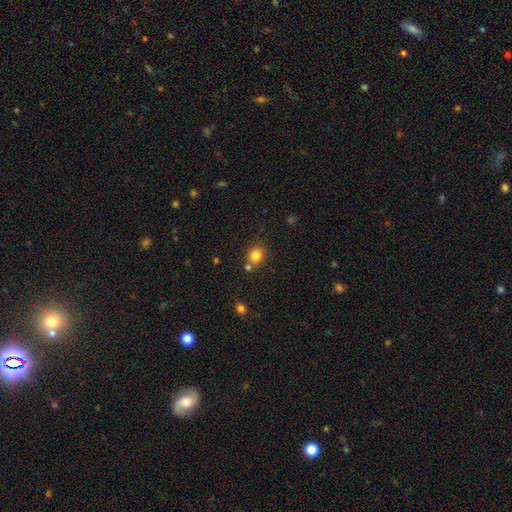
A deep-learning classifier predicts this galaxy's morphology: type=smooth (82%); roundness=round (81%); merging=none (70%).